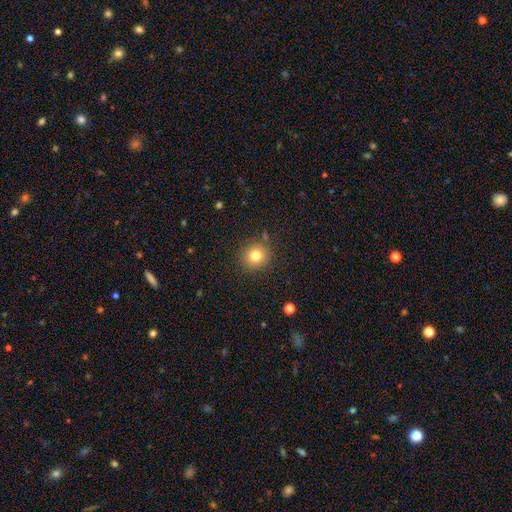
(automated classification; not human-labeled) A smooth galaxy with no disk features (78%) that is round (90%). Merging: none (86%).